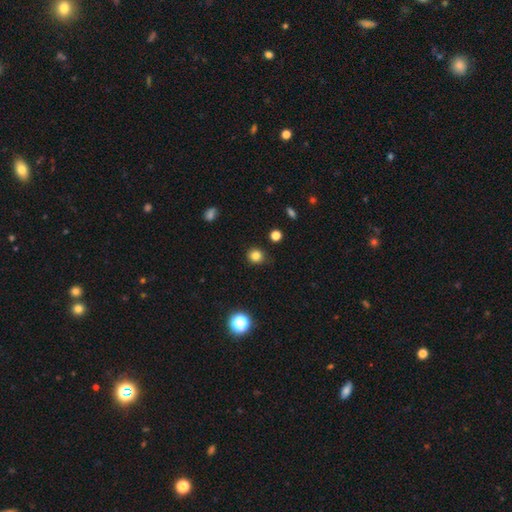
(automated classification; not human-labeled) Smooth or featured? Predicted: smooth (p=0.82). How rounded? Predicted: round (p=0.87). Merging? Predicted: none (p=0.86).